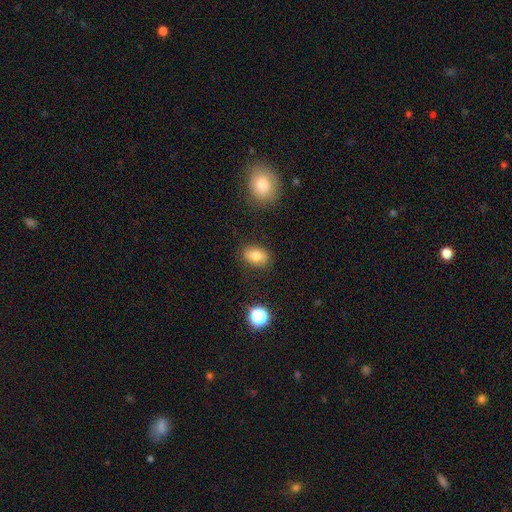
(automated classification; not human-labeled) Smooth or featured: smooth — 78% (featured or disk — 12%)
How rounded: in between — 80% (round — 19%)
Merging: none — 83% (minor disturbance — 12%)